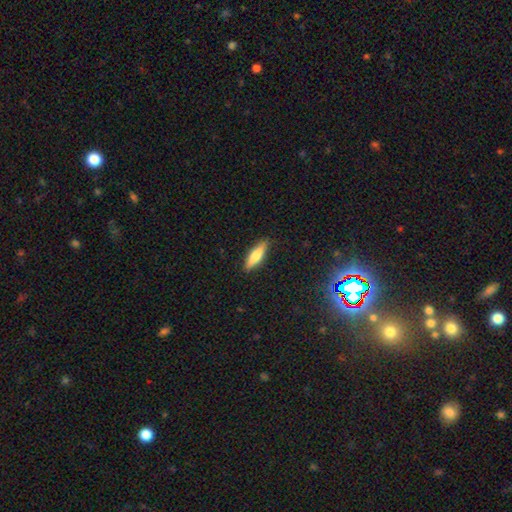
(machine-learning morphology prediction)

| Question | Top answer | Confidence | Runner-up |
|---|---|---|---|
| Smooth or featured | smooth | 70% | featured or disk (24%) |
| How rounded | cigar-shaped | 61% | in between (37%) |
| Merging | none | 88% | minor disturbance (9%) |